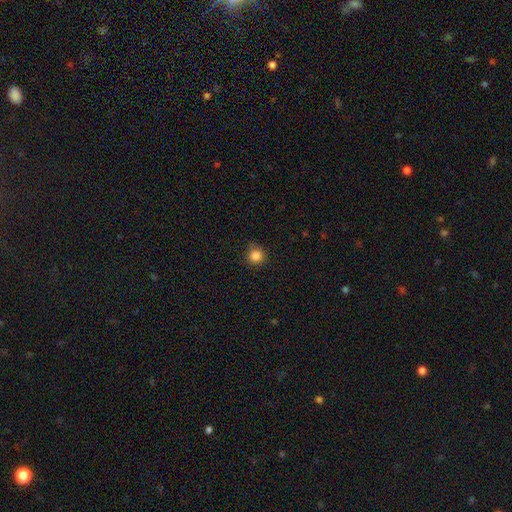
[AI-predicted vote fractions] A smooth galaxy with no disk features (84%) that is round (94%). Merging: none (83%).